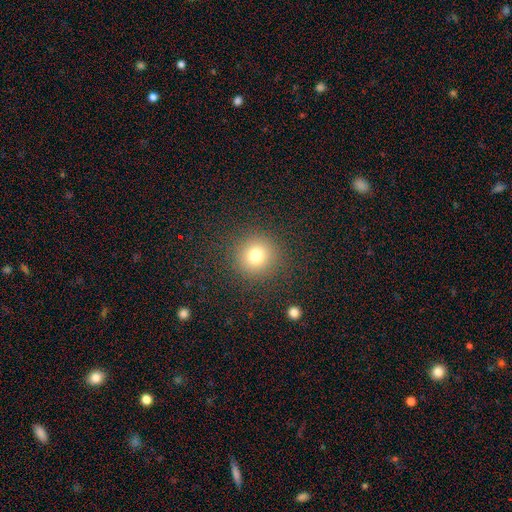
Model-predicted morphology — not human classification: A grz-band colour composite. It shows a smooth galaxy with no disk features (77%) that is round (94%). Merging: none (89%).